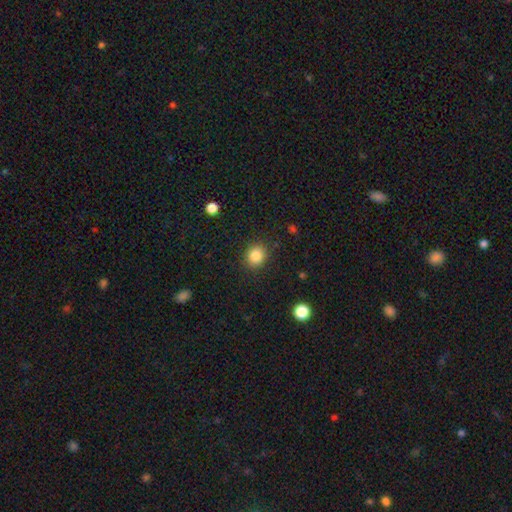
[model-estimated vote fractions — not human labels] Smooth or featured? smooth (85%)
How rounded? round (76%)
Merging? none (88%)